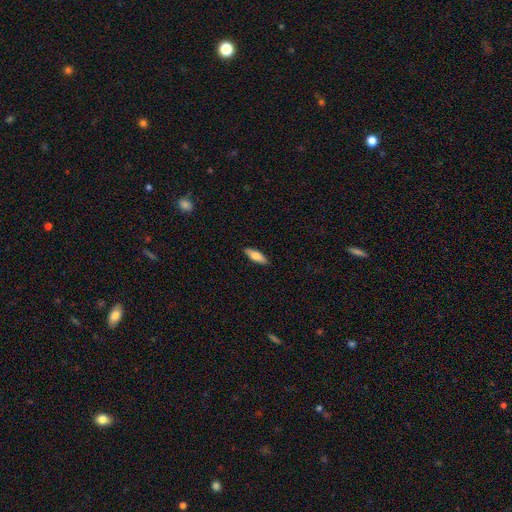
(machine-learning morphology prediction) smooth_or_featured: smooth (p=0.75) [alt: featured or disk p=0.19]
how_rounded: in between (p=0.55) [alt: cigar-shaped p=0.43]
merging: none (p=0.89) [alt: minor disturbance p=0.08]